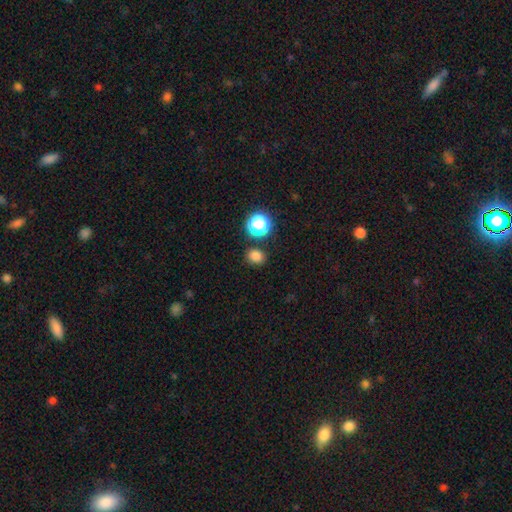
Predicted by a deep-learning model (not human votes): Q: Smooth or featured?
A: smooth (78%); runner-up: star or artifact (17%)
Q: How rounded?
A: round (60%); runner-up: in between (39%)
Q: Merging?
A: none (84%); runner-up: minor disturbance (9%)